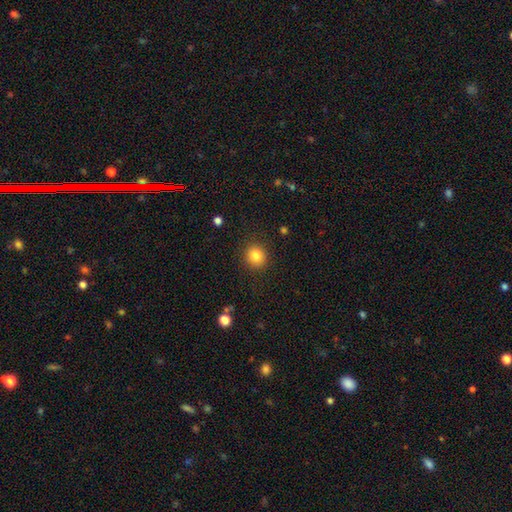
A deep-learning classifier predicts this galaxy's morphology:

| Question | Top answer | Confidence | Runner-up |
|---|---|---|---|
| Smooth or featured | smooth | 83% | star or artifact (11%) |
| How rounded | round | 90% | in between (9%) |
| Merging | none | 90% | minor disturbance (6%) |